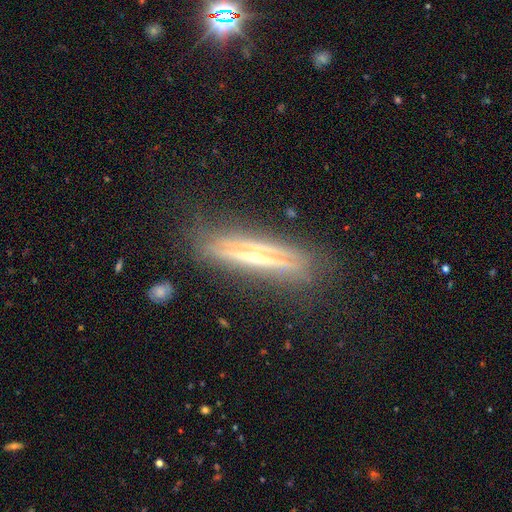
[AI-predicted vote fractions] The model was most divided on "edge-on bulge": rounded: 70%, none: 23%, boxy: 6%. More confident: edge-on disk — yes (91%); merging — none (79%); smooth or featured — featured or disk (75%).